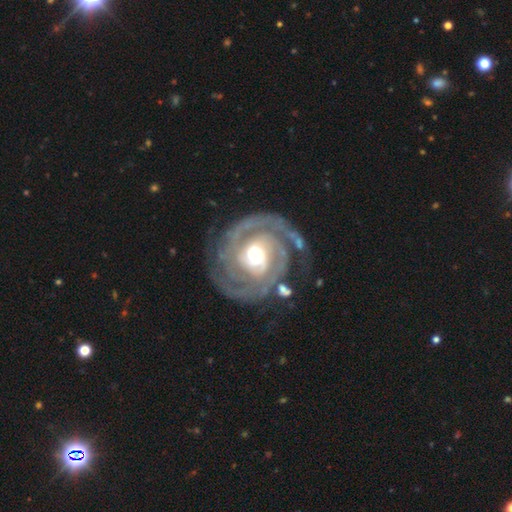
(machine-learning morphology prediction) Smooth or featured: featured or disk — 91% (smooth — 5%)
Edge-on disk: no — 98% (yes — 2%)
Bar: no — 58% (weak — 28%)
Spiral arms: yes — 98% (no — 2%)
Spiral winding: tight — 72% (medium — 23%)
Spiral arm count: 2 — 50% (3 — 18%)
Bulge size: moderate — 45% (small — 30%)
Merging: none — 73% (minor disturbance — 15%)